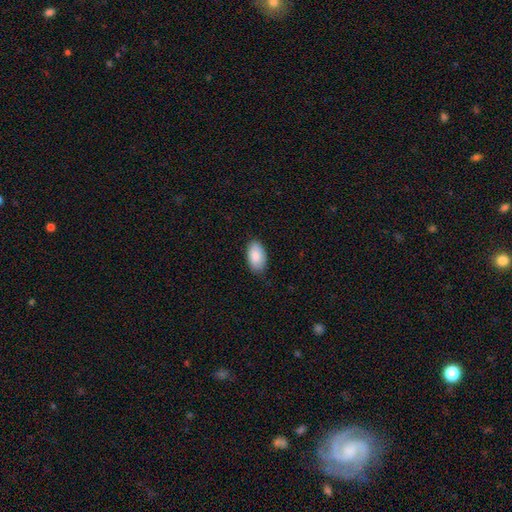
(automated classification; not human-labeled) Morphology: type=smooth (87%); roundness=in between (95%); merging=none (84%).